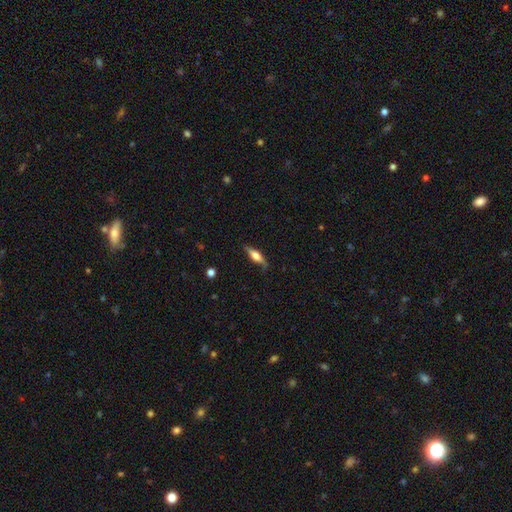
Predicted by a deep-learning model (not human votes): This appears to be a featured or disk galaxy (54%) viewed edge-on (93%) with a rounded central bulge (85%). Merging: none (79%).